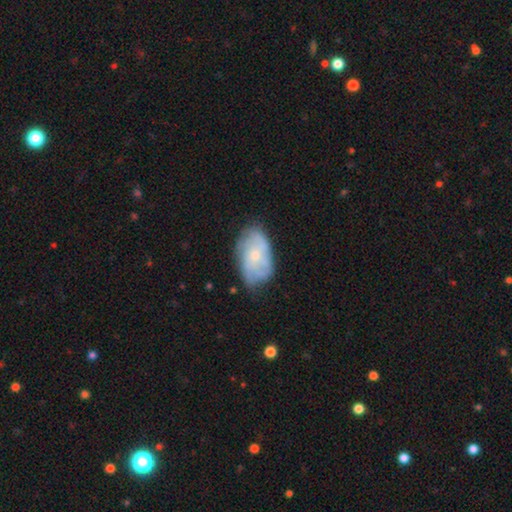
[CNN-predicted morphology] A featured or disk galaxy (52%). Merging: none (63%).